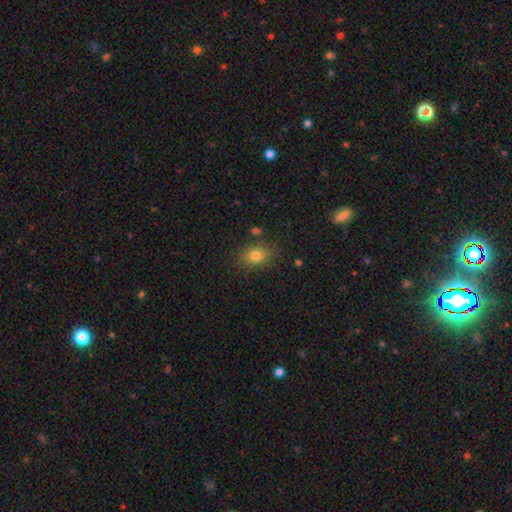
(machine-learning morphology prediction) The model was most divided on "how rounded": in between: 68%, round: 30%, cigar-shaped: 1%. More confident: merging — none (80%); smooth or featured — smooth (79%).